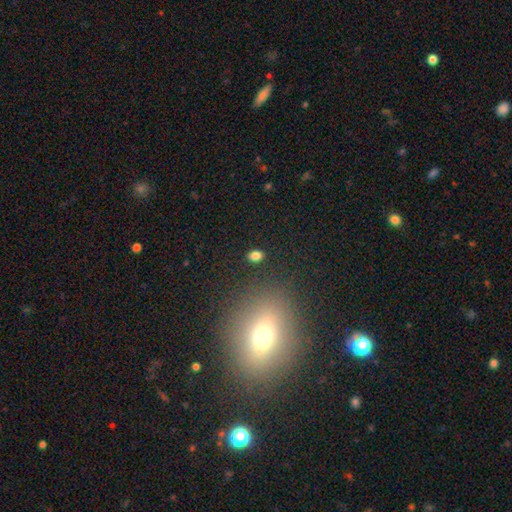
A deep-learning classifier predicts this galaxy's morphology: smooth_or_featured: smooth (p=0.81) [alt: star or artifact p=0.13]
how_rounded: in between (p=0.77) [alt: round p=0.22]
merging: none (p=0.87) [alt: minor disturbance p=0.08]